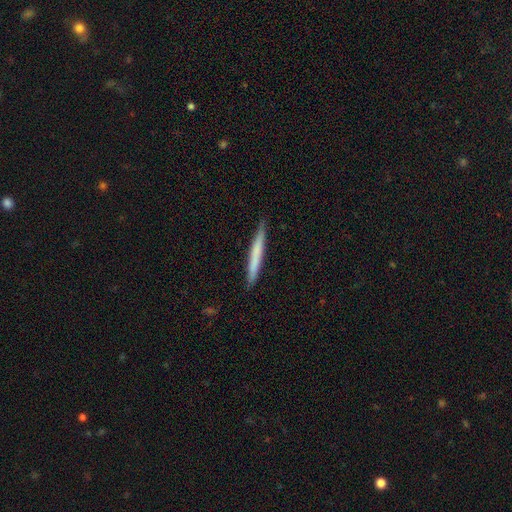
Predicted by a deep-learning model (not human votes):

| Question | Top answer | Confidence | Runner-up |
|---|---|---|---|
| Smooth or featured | smooth | 64% | featured or disk (31%) |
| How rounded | cigar-shaped | 97% | in between (2%) |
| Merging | none | 89% | minor disturbance (9%) |